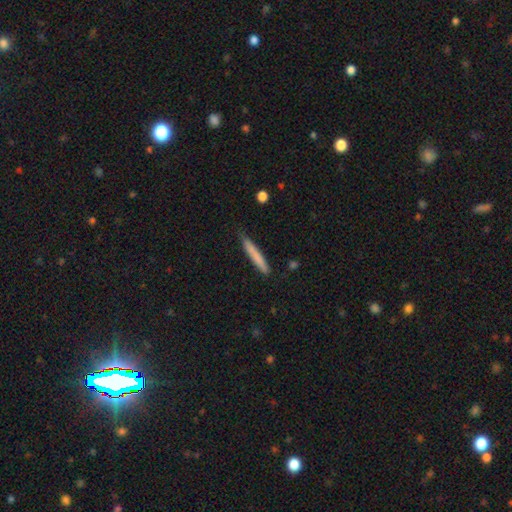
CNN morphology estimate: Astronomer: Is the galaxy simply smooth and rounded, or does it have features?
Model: smooth — 76%.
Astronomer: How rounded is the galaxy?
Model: cigar-shaped — 95%.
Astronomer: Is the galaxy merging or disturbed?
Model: none — 80%.